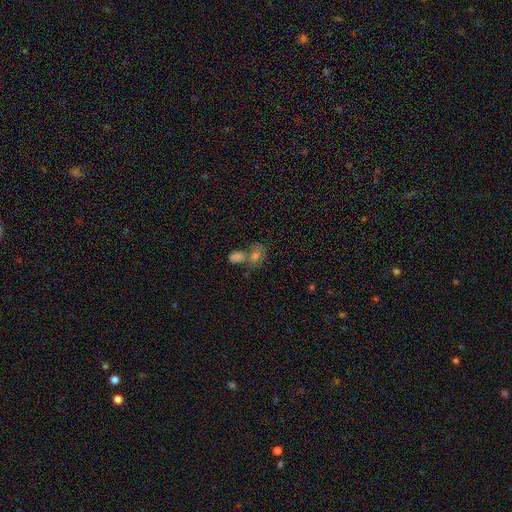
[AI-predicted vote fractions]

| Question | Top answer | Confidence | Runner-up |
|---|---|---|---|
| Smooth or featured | smooth | 60% | featured or disk (21%) |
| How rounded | in between | 60% | round (38%) |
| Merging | merger | 47% | none (34%) |